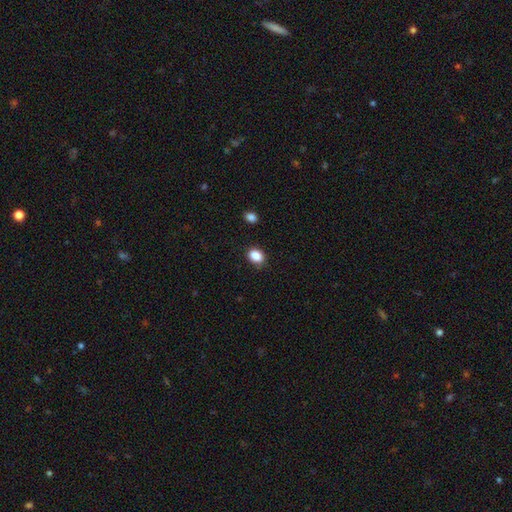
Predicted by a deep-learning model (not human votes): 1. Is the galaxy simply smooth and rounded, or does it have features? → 87% smooth, 9% star or artifact, 3% featured or disk.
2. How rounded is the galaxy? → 63% in between, 36% round, 1% cigar-shaped.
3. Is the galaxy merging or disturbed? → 82% none, 13% minor disturbance, 3% major disturbance, 2% merger.